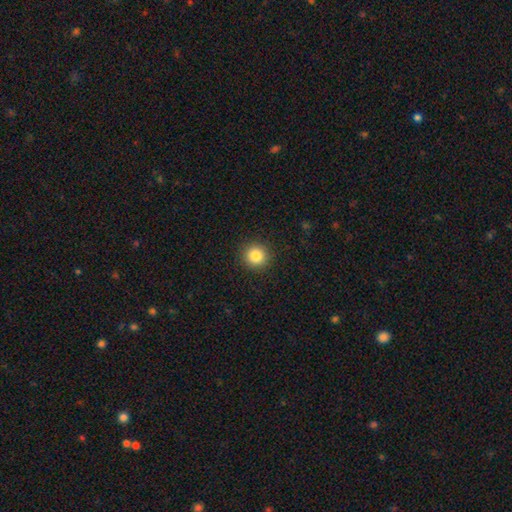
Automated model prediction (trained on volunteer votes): smooth 85%, star or artifact 10%, featured or disk 5%. Down the decision tree: how rounded — round (94%); merging — none (92%).